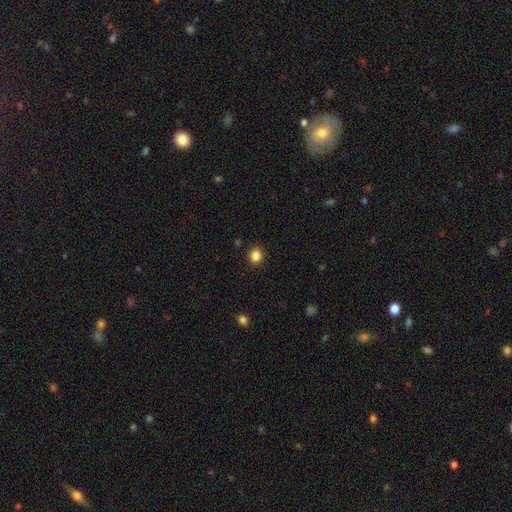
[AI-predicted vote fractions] Smooth or featured: smooth — 84% (star or artifact — 11%)
How rounded: round — 73% (in between — 26%)
Merging: none — 91% (minor disturbance — 6%)